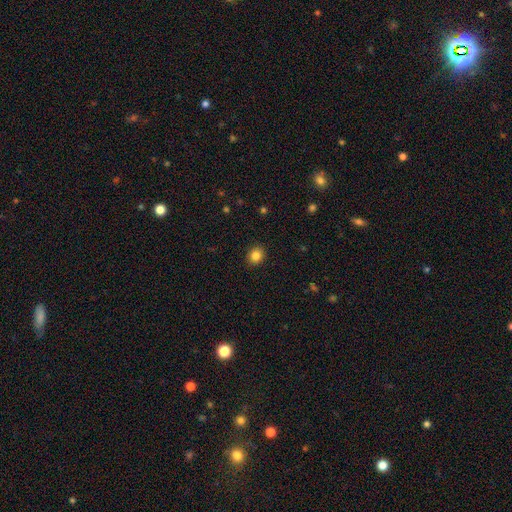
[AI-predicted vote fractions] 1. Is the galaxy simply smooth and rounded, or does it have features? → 84% smooth, 11% star or artifact, 6% featured or disk.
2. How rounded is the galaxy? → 73% round, 27% in between, 1% cigar-shaped.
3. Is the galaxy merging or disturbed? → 91% none, 6% minor disturbance, 2% major disturbance, 1% merger.